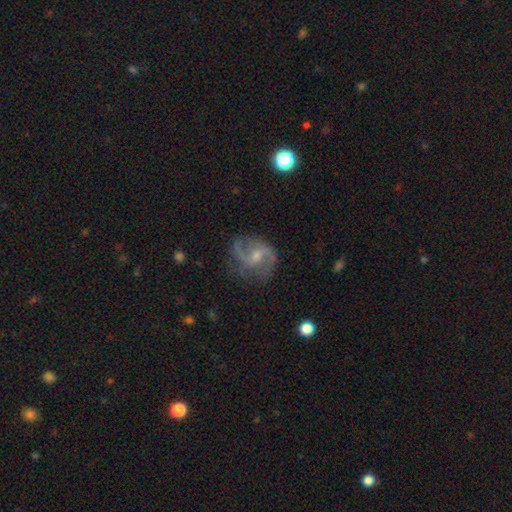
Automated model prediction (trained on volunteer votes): A featured or disk galaxy (82%) with a weak bar (56%), 2 (87%) medium (46%) spiral arms (94%) and a small central bulge (45%). Merging: none (68%).